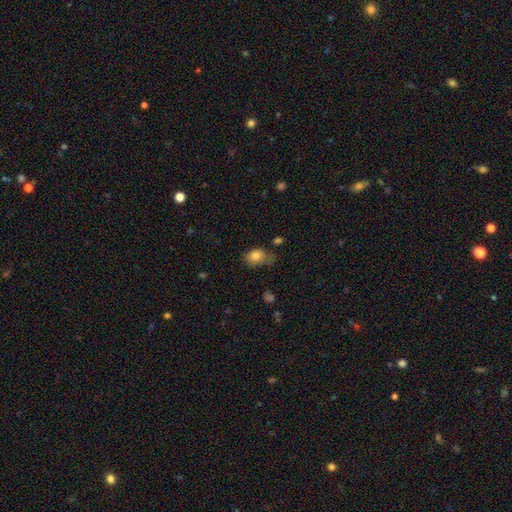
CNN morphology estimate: Smooth or featured? smooth (81%)
How rounded? in between (68%)
Merging? none (46%)